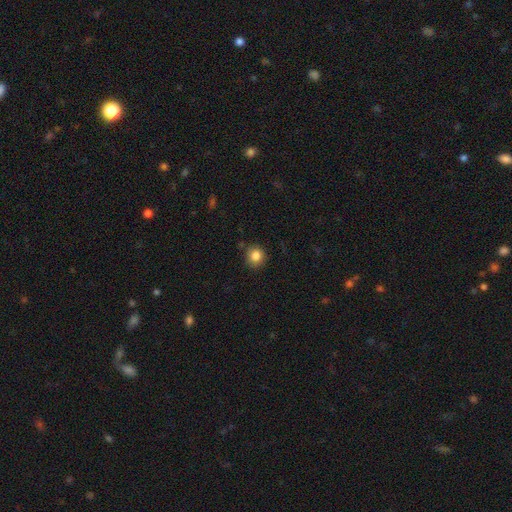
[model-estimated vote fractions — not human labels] A smooth galaxy with no disk features (85%) that is round (89%).

Vote fractions:
- Smooth or featured? smooth: 85% / star or artifact: 10% / featured or disk: 5%
- How rounded? round: 89% / in between: 10% / cigar-shaped: 1%
- Merging? none: 85% / minor disturbance: 10% / major disturbance: 2% / merger: 2%